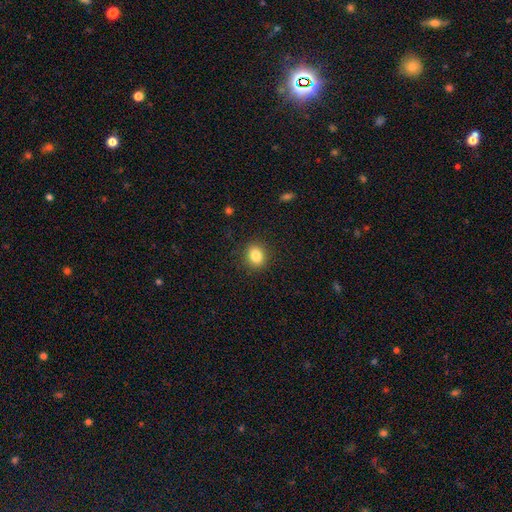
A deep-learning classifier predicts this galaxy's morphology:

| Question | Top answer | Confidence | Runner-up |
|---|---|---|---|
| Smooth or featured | smooth | 84% | star or artifact (10%) |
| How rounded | round | 58% | in between (41%) |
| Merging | none | 89% | minor disturbance (7%) |